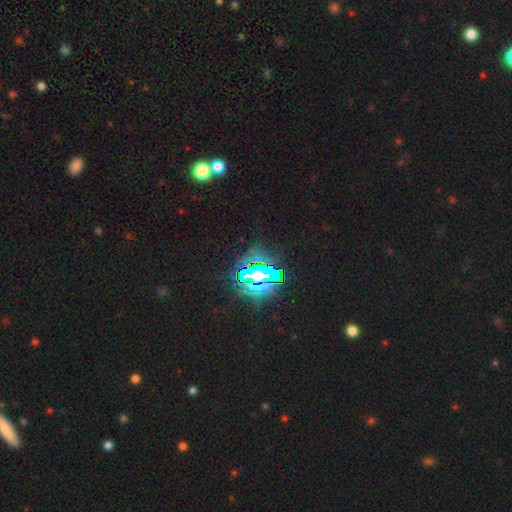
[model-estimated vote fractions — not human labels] Q: Smooth or featured?
A: star or artifact (86%); runner-up: smooth (8%)